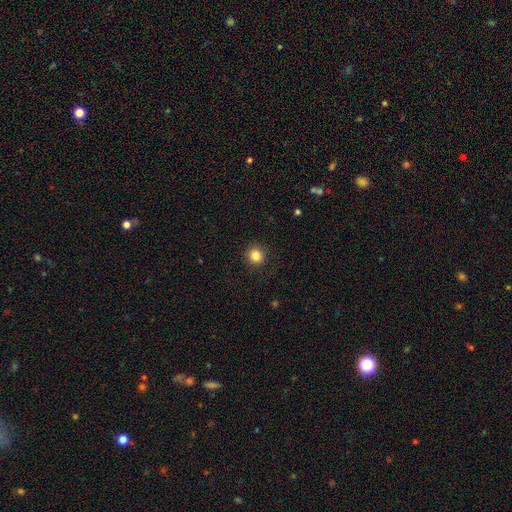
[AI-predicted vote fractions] Smooth or featured? Predicted: smooth (p=0.85). How rounded? Predicted: round (p=0.90). Merging? Predicted: none (p=0.91).